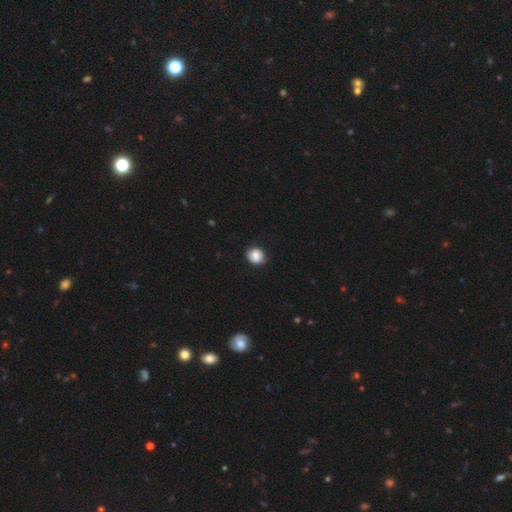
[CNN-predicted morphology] smooth-or-featured: smooth: 83% | star or artifact: 9% | featured or disk: 8%
  how-rounded: round: 77% | in between: 22% | cigar-shaped: 1%
  merging: none: 84% | minor disturbance: 13% | major disturbance: 3% | merger: 1%